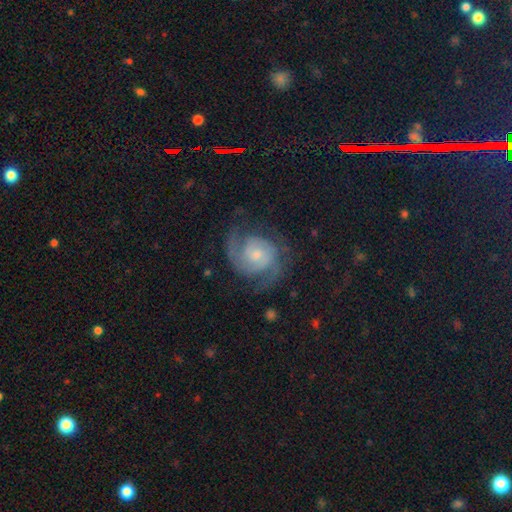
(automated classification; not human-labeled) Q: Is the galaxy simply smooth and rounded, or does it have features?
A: featured or disk — 86%.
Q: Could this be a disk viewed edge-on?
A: no — 98%.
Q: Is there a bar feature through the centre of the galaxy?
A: no — 66%.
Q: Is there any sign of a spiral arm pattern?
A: yes — 97%.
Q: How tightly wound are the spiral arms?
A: tight — 45%.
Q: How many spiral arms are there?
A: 2 — 74%.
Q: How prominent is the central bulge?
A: small — 53%.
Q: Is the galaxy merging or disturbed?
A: none — 71%.